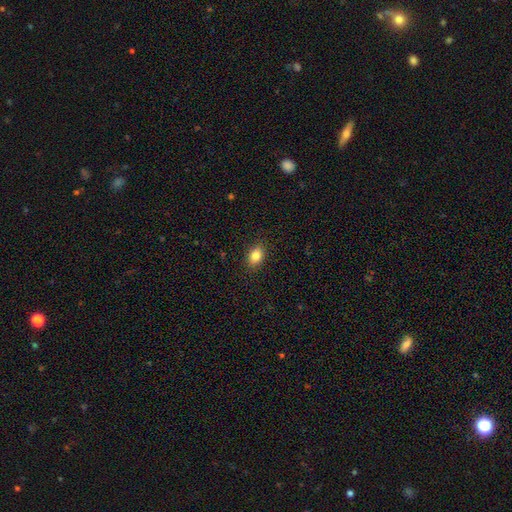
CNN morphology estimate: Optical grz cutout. It shows a smooth galaxy with no disk features (84%) that is in between round and cigar-shaped (75%). Merging: none (89%).